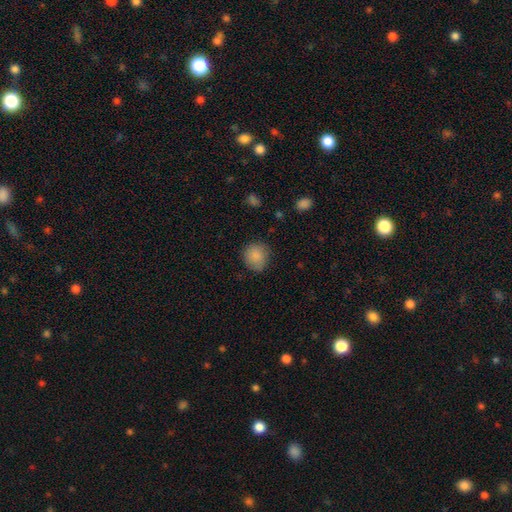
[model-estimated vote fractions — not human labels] This appears to be a smooth galaxy with no disk features (87%) that is round (83%). Merging: none (78%).